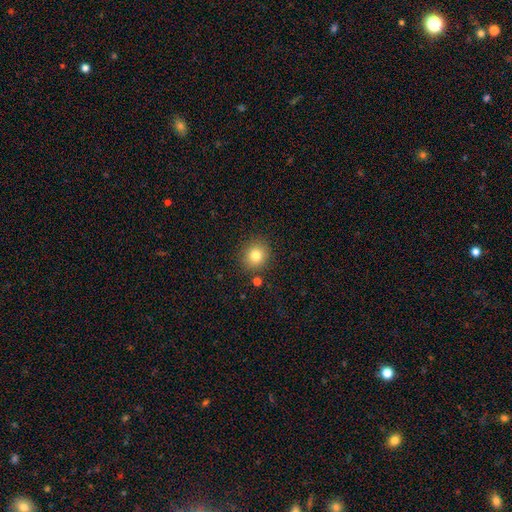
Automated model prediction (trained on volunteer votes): This is clearly a smooth galaxy (80%). How rounded: clearly round (84%). Merging: clearly none (85%).